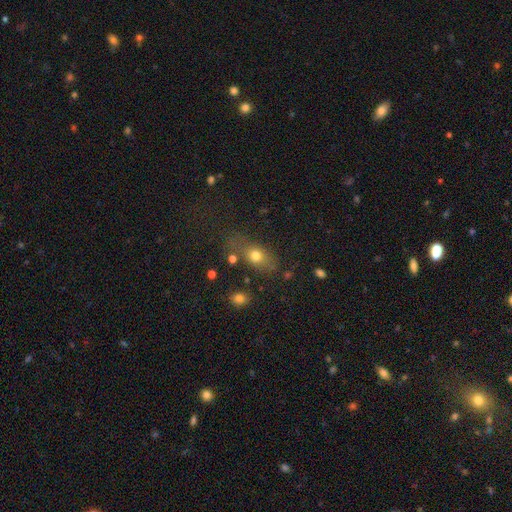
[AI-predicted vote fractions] Q: Smooth or featured?
A: smooth (71%); runner-up: featured or disk (15%)
Q: How rounded?
A: in between (66%); runner-up: round (26%)
Q: Merging?
A: none (59%); runner-up: minor disturbance (21%)